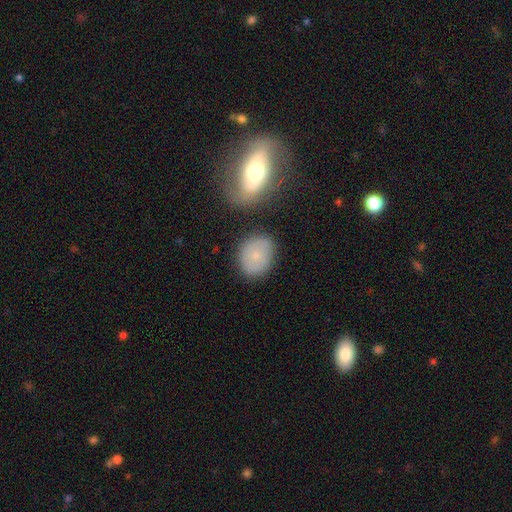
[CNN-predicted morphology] This appears to be a smooth galaxy with no disk features (73%) that is round (59%). Merging: none (74%).